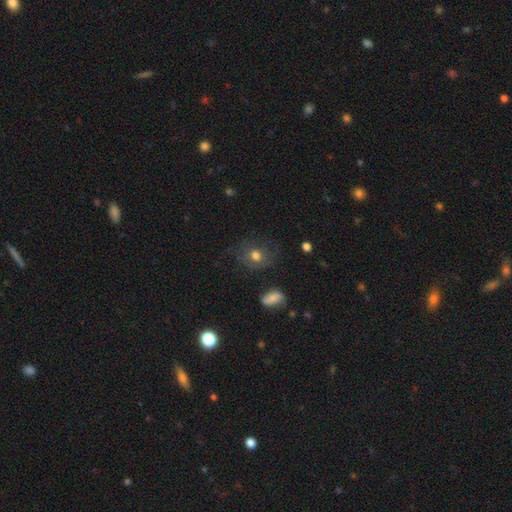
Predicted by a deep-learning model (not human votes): This appears to be a smooth galaxy with no disk features (60%) that is round (65%). Merging: none (66%).